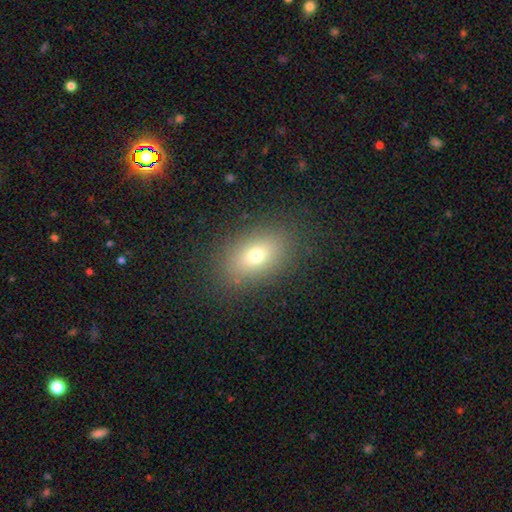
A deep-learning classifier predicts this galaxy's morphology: The model was most divided on "smooth or featured": smooth: 72%, featured or disk: 15%, star or artifact: 13%. More confident: merging — none (86%); how rounded — in between (81%).